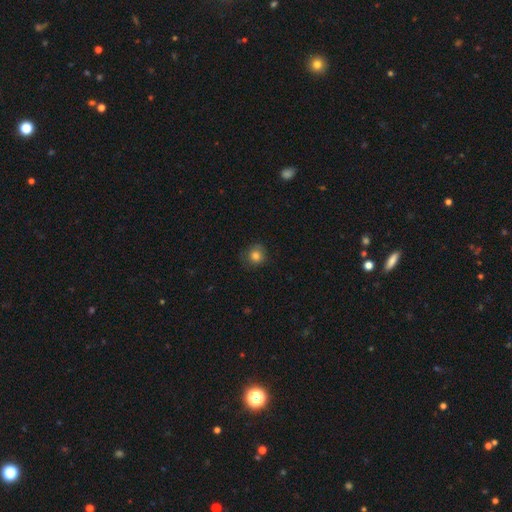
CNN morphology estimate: Smooth or featured?
  - smooth: 82% *
  - star or artifact: 12%
  - featured or disk: 6%
How rounded?
  - round: 86% *
  - in between: 13%
  - cigar-shaped: 1%
Merging?
  - none: 80% *
  - minor disturbance: 15%
  - major disturbance: 4%
  - merger: 1%